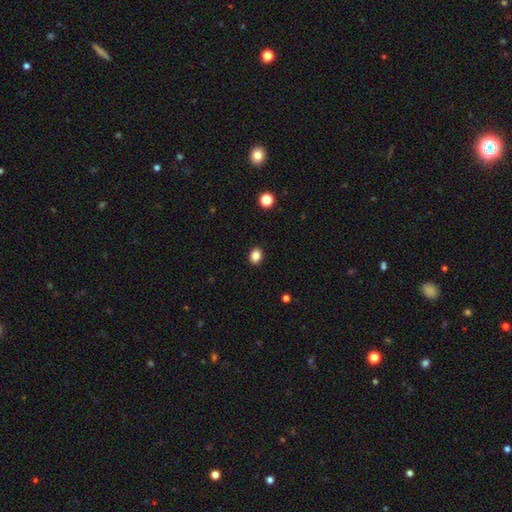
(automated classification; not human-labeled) Smooth or featured? smooth (86%)
How rounded? in between (59%)
Merging? none (91%)